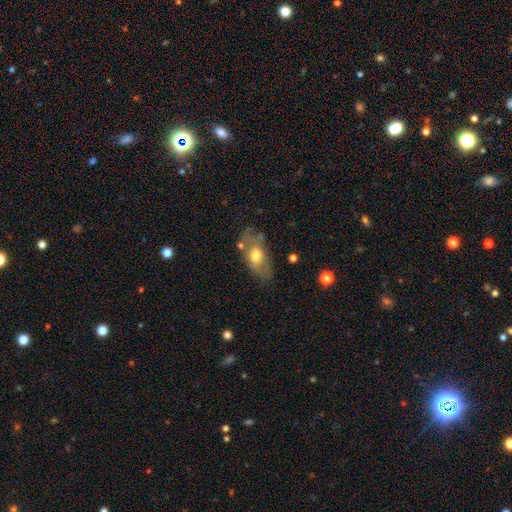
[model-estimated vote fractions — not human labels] Morphology: type=smooth (58%); roundness=in between (87%); merging=none (59%).